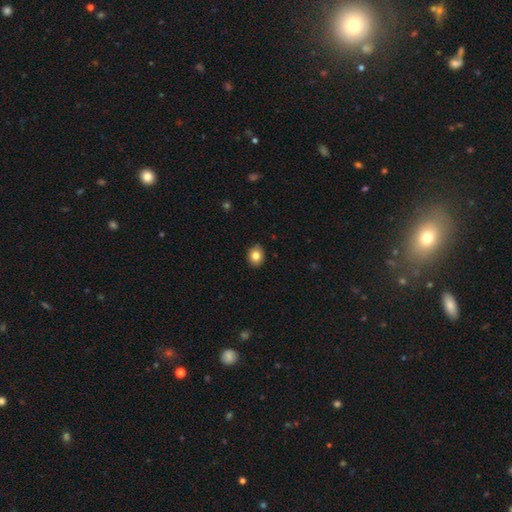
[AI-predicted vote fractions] Smooth or featured: smooth — 82% (star or artifact — 10%)
How rounded: round — 63% (in between — 36%)
Merging: none — 87% (minor disturbance — 10%)